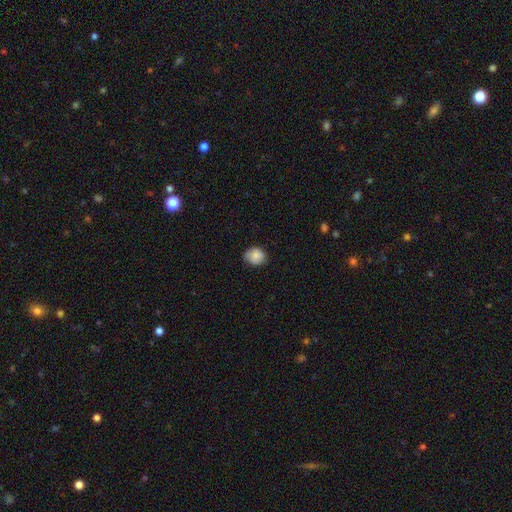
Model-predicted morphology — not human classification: Smooth or featured: smooth — 79% (featured or disk — 13%)
How rounded: round — 69% (in between — 30%)
Merging: none — 69% (minor disturbance — 25%)